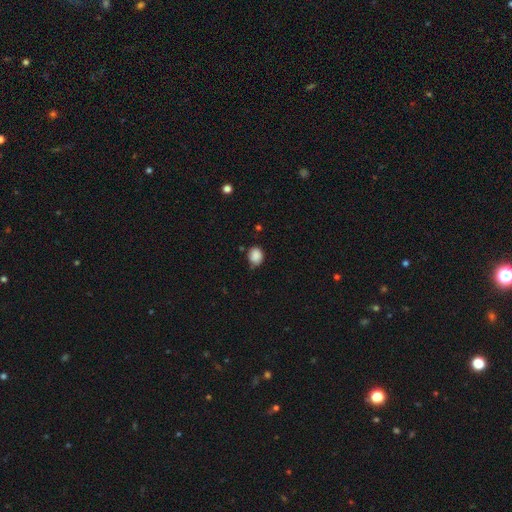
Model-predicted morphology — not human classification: The model was most divided on "how rounded": round: 61%, in between: 38%, cigar-shaped: 1%. More confident: smooth or featured — smooth (87%); merging — none (66%).